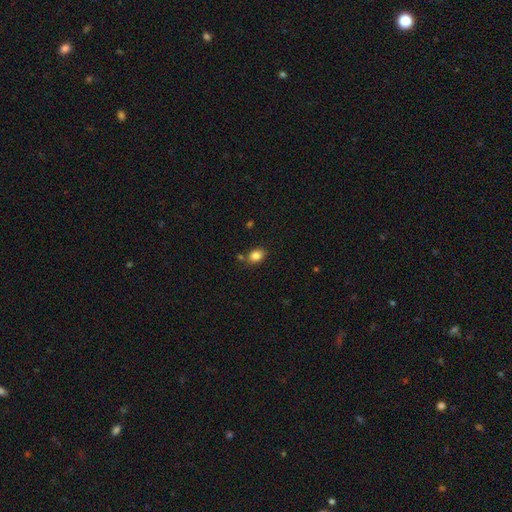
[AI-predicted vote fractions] Smooth or featured?
  - smooth: 84% *
  - star or artifact: 10%
  - featured or disk: 6%
How rounded?
  - in between: 64% *
  - round: 35%
  - cigar-shaped: 1%
Merging?
  - none: 74% *
  - minor disturbance: 14%
  - merger: 9%
  - major disturbance: 3%